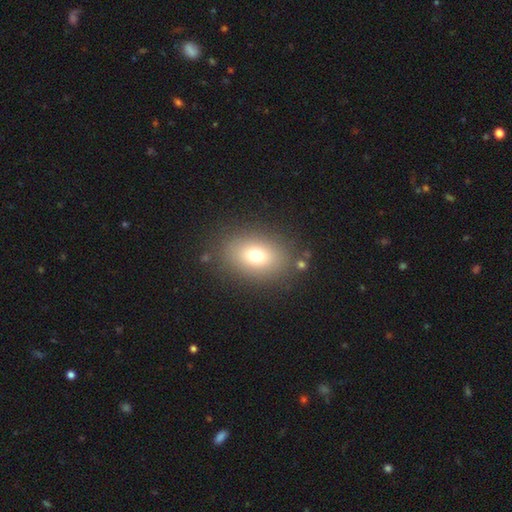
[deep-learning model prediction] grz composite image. It shows a smooth galaxy with no disk features (73%) that is in between round and cigar-shaped (74%). Merging: none (84%).